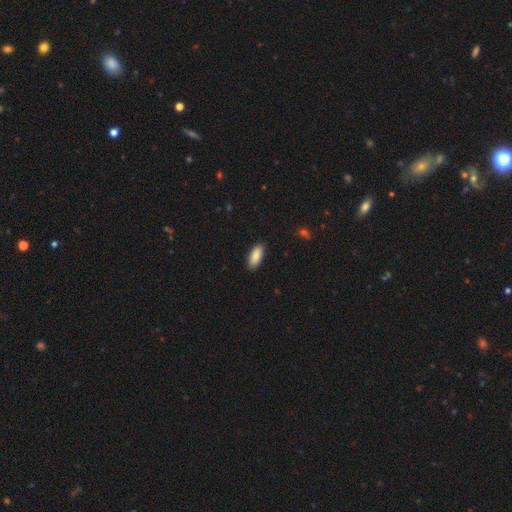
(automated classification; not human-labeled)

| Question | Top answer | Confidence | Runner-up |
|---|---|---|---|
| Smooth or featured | smooth | 88% | featured or disk (6%) |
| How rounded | in between | 85% | cigar-shaped (14%) |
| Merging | none | 88% | minor disturbance (9%) |